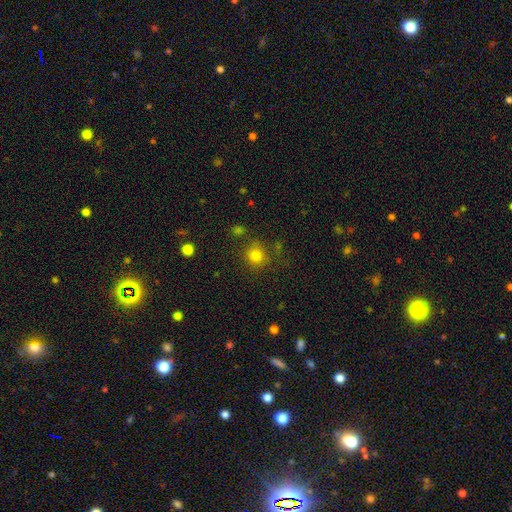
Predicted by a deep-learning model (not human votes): A smooth galaxy with no disk features (79%) that is round (89%).

Vote fractions:
- Smooth or featured? smooth: 79% / star or artifact: 14% / featured or disk: 6%
- How rounded? round: 89% / in between: 10% / cigar-shaped: 1%
- Merging? none: 78% / minor disturbance: 12% / major disturbance: 5% / merger: 5%